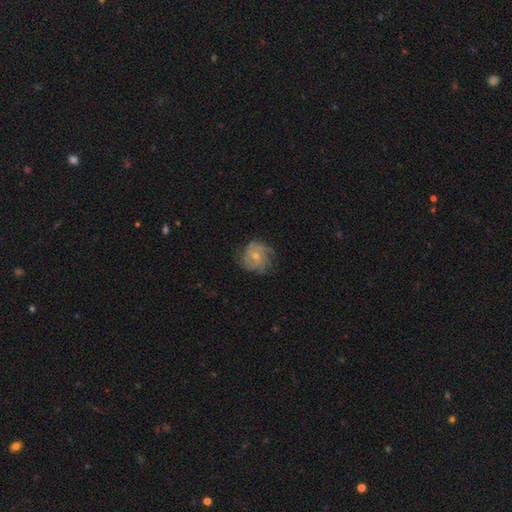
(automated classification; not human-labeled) Smooth or featured: featured or disk — 67% (smooth — 26%)
Edge-on disk: no — 97% (yes — 3%)
Bar: no — 62% (weak — 33%)
Spiral arms: yes — 85% (no — 15%)
Spiral winding: tight — 47% (medium — 39%)
Spiral arm count: can't tell — 34% (2 — 26%)
Bulge size: moderate — 56% (small — 38%)
Merging: none — 64% (minor disturbance — 24%)